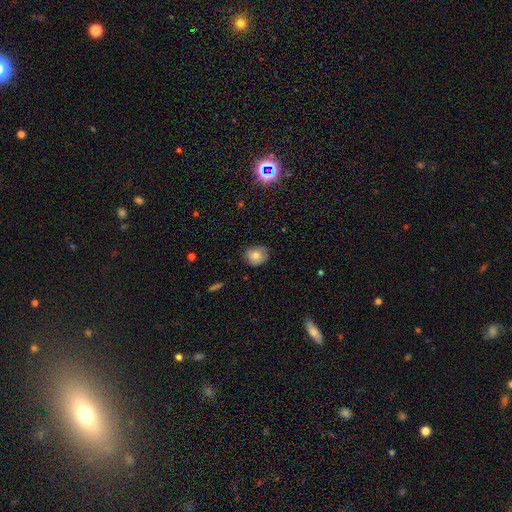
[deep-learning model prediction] Smooth or featured: smooth — 75% (featured or disk — 15%)
How rounded: round — 72% (in between — 27%)
Merging: none — 70% (minor disturbance — 24%)